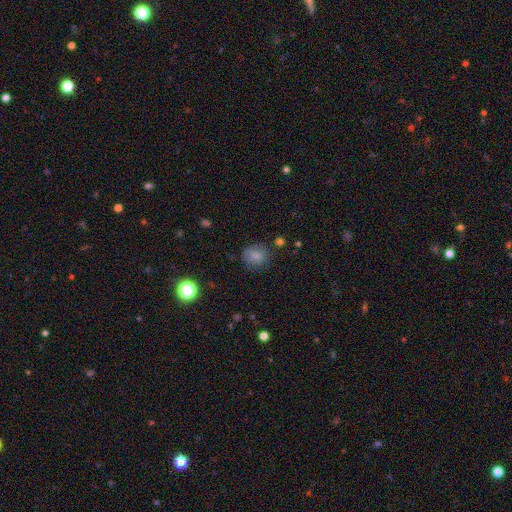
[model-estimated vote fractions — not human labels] This is likely a smooth galaxy (78%). How rounded: likely round (75%). Merging: likely none (77%).